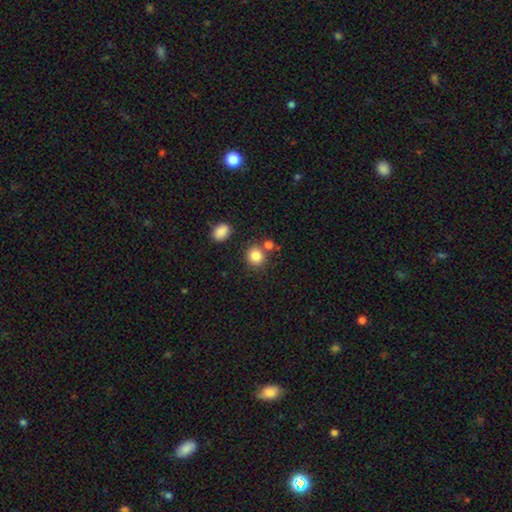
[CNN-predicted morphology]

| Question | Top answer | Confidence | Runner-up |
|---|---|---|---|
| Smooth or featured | smooth | 84% | star or artifact (10%) |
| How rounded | round | 81% | in between (18%) |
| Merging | none | 72% | merger (15%) |